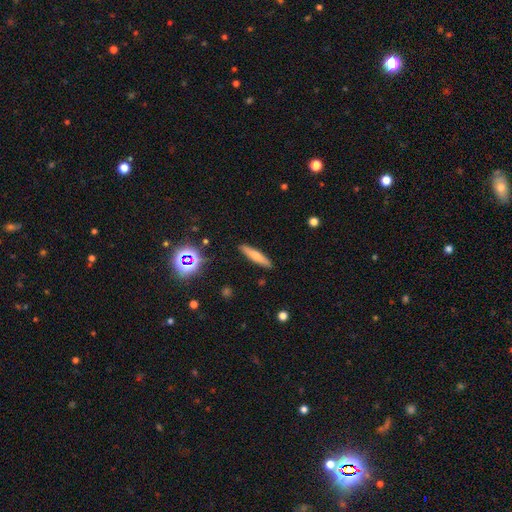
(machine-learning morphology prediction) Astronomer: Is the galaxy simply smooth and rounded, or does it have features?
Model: smooth — 65%.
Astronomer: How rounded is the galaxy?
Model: cigar-shaped — 84%.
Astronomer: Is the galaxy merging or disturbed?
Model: none — 89%.